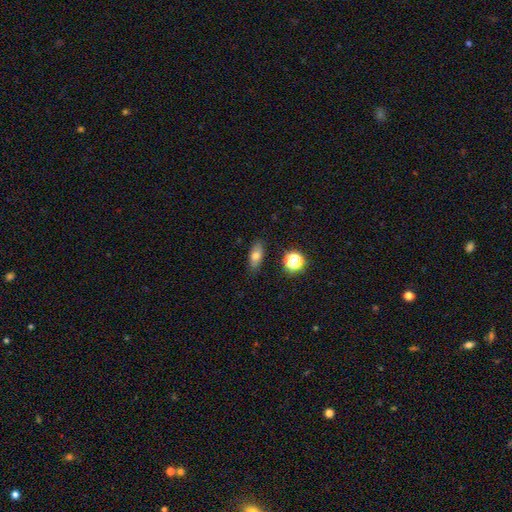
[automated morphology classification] A smooth galaxy with no disk features (72%) that is in between round and cigar-shaped (74%). Merging: none (84%).